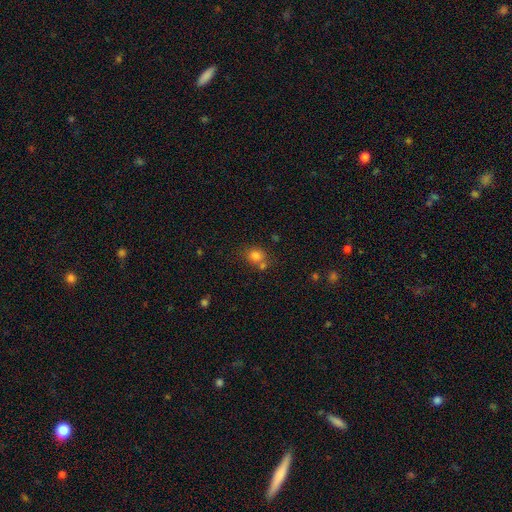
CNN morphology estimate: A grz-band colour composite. It shows a smooth galaxy with no disk features (79%) that is round (71%). Merging: none (59%).